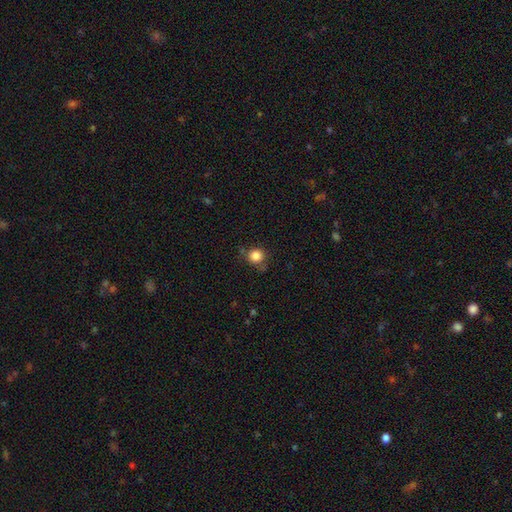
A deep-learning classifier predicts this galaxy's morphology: Smooth or featured? smooth (84%)
How rounded? round (90%)
Merging? none (74%)